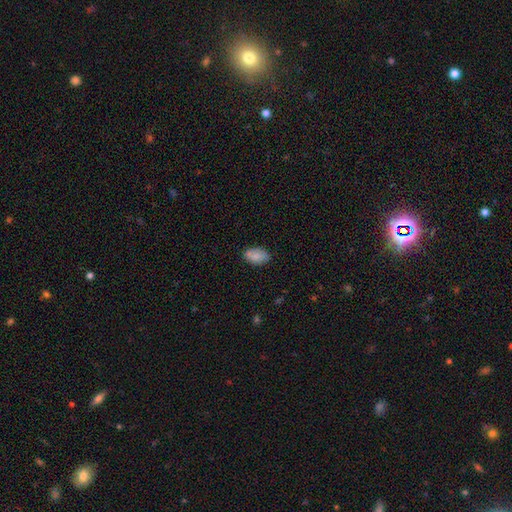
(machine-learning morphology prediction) Smooth or featured? smooth (85%)
How rounded? in between (92%)
Merging? none (79%)